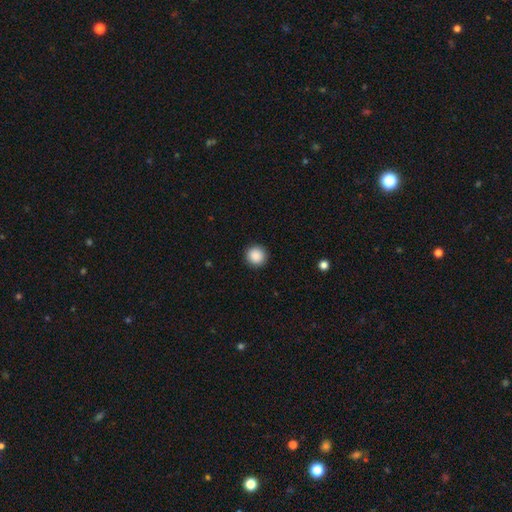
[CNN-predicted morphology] smooth 89%, star or artifact 9%, featured or disk 3%. Down the decision tree: how rounded — round (95%); merging — none (92%).